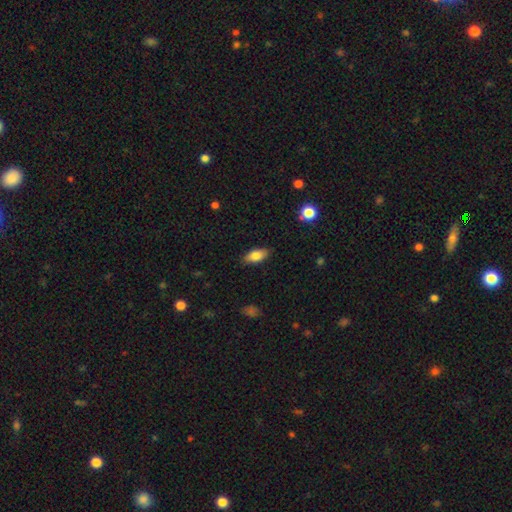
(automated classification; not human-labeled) The model was most divided on "smooth or featured": smooth: 81%, featured or disk: 12%, star or artifact: 7%. More confident: how rounded — in between (88%); merging — none (85%).